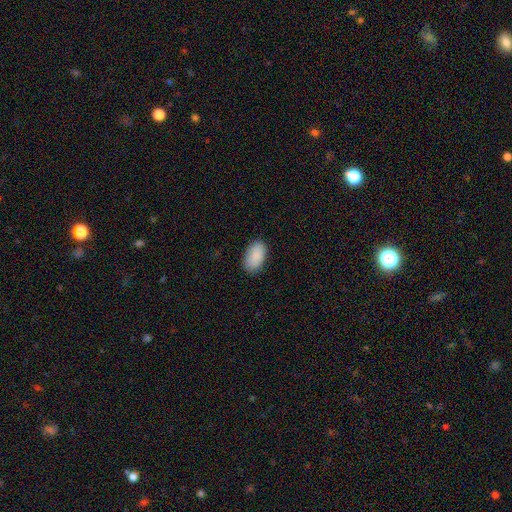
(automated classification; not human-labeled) smooth-or-featured: smooth: 90% | star or artifact: 6% | featured or disk: 4%
  how-rounded: in between: 95% | round: 4% | cigar-shaped: 2%
  merging: none: 84% | minor disturbance: 13% | major disturbance: 3% | merger: 1%